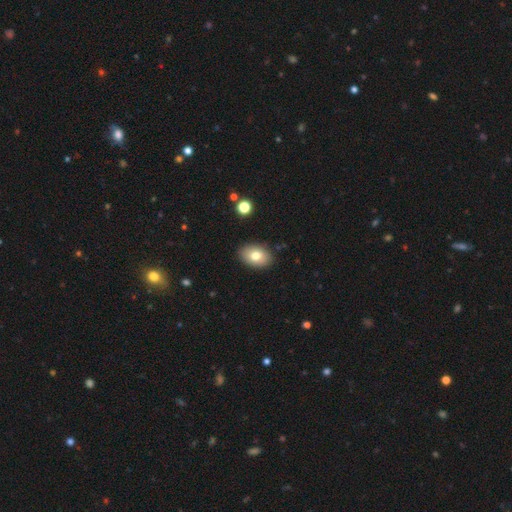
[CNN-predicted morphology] Q: Smooth or featured?
A: smooth (78%); runner-up: featured or disk (14%)
Q: How rounded?
A: in between (84%); runner-up: round (14%)
Q: Merging?
A: none (88%); runner-up: minor disturbance (9%)